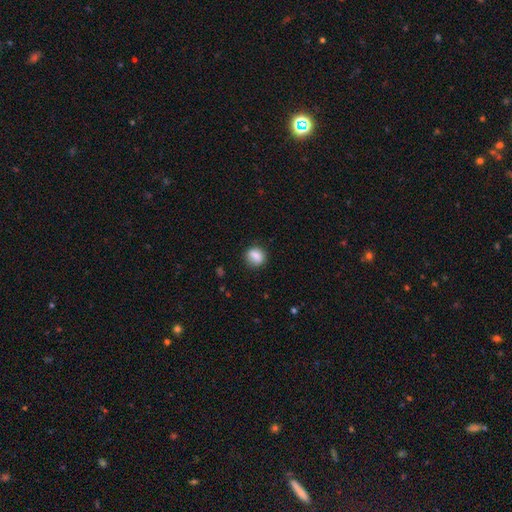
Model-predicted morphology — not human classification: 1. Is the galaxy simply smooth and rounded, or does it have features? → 84% smooth, 9% star or artifact, 8% featured or disk.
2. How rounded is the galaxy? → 66% round, 32% in between, 2% cigar-shaped.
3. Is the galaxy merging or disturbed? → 78% none, 15% minor disturbance, 4% major disturbance, 3% merger.